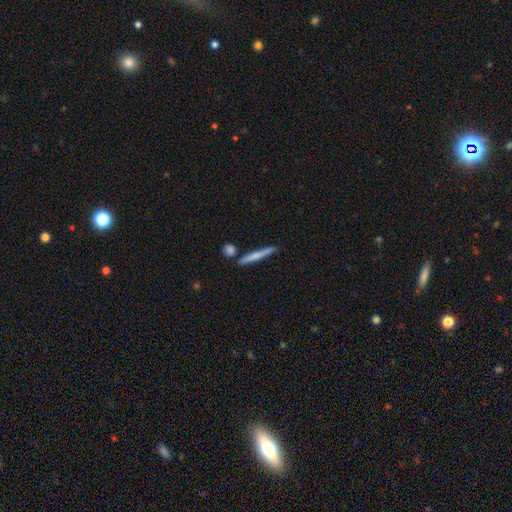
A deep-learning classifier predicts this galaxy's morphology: Overall: smooth (67%). How rounded: cigar-shaped (95%). Merging: none (82%).